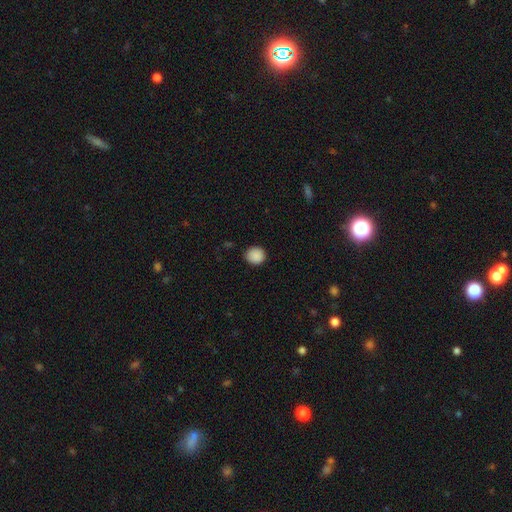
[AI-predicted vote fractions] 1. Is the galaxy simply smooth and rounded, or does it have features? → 89% smooth, 9% star or artifact, 2% featured or disk.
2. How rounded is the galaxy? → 85% round, 14% in between, 1% cigar-shaped.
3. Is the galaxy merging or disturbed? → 87% none, 10% minor disturbance, 2% major disturbance, 1% merger.